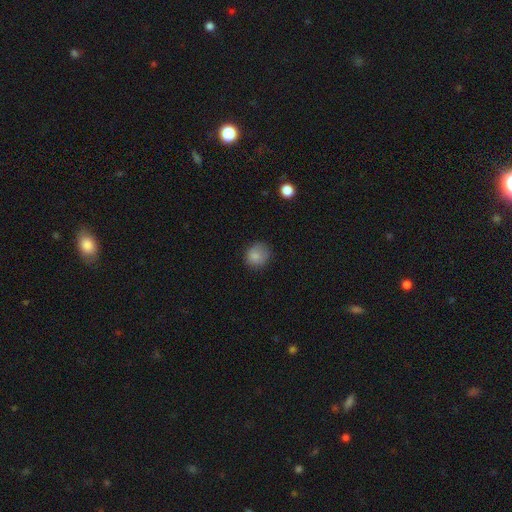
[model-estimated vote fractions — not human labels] This is clearly a smooth galaxy (84%). How rounded: likely round (78%). Merging: likely none (76%).